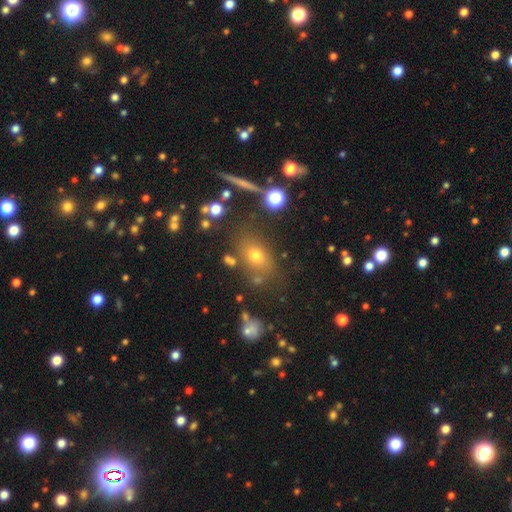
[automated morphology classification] smooth 65%, star or artifact 20%, featured or disk 15%. Down the decision tree: how rounded — in between (64%); merging — none (71%).